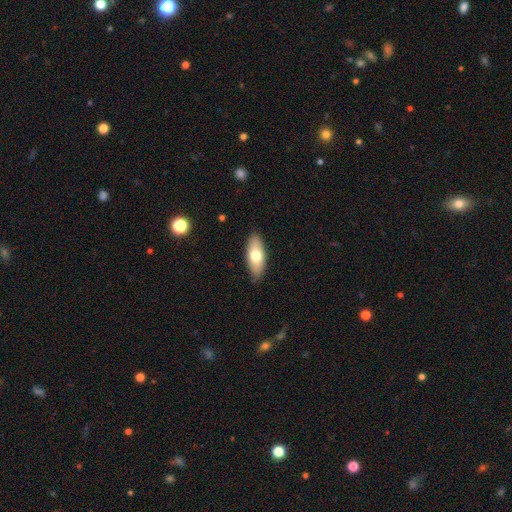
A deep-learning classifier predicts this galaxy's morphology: A smooth galaxy with no disk features (70%) that is in between round and cigar-shaped (81%). Merging: none (86%).